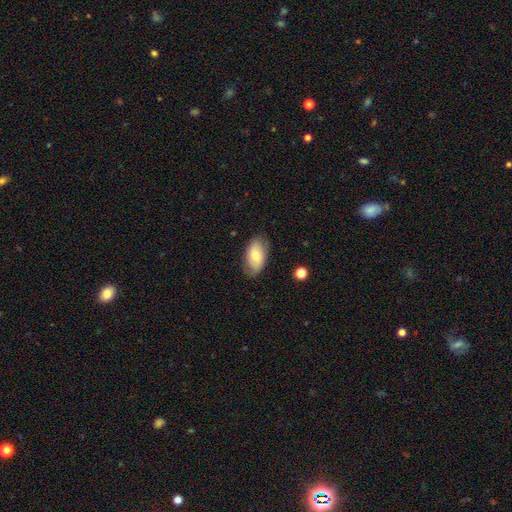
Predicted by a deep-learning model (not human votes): A smooth galaxy with no disk features (68%) that is in between round and cigar-shaped (94%).

Vote fractions:
- Smooth or featured? smooth: 68% / featured or disk: 25% / star or artifact: 7%
- How rounded? in between: 94% / round: 4% / cigar-shaped: 2%
- Merging? none: 79% / minor disturbance: 17% / major disturbance: 4% / merger: 1%